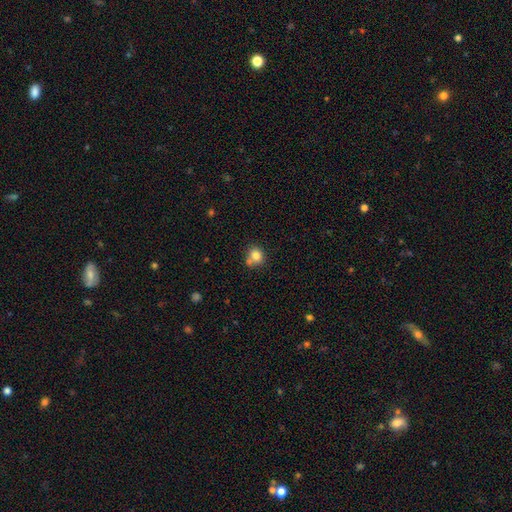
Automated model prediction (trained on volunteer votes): smooth_or_featured: smooth (p=0.80) [alt: star or artifact p=0.11]
how_rounded: round (p=0.81) [alt: in between p=0.18]
merging: none (p=0.58) [alt: merger p=0.25]